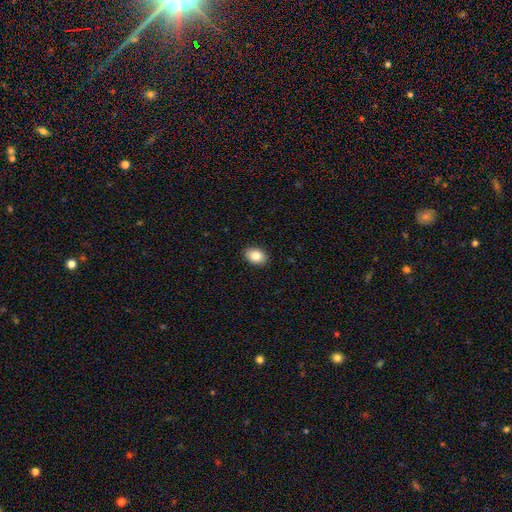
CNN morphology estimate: smooth 84%, featured or disk 8%, star or artifact 8%. Down the decision tree: how rounded — in between (79%); merging — none (90%).